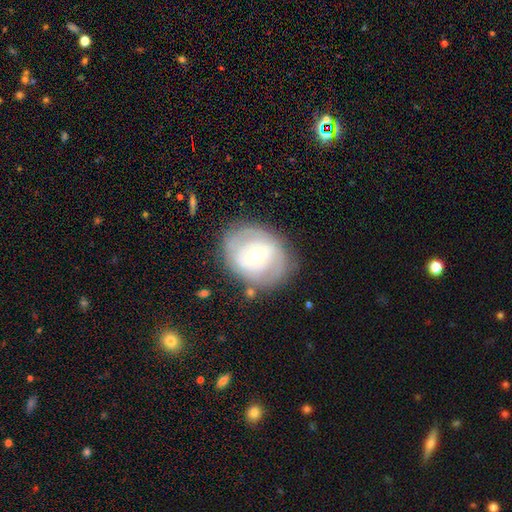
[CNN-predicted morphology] The model was most divided on "bar": weak: 47%, no: 35%, strong: 18%. More confident: edge-on disk — no (96%); merging — none (76%); spiral arms — yes (69%); smooth or featured — featured or disk (66%); bulge size — moderate (63%).